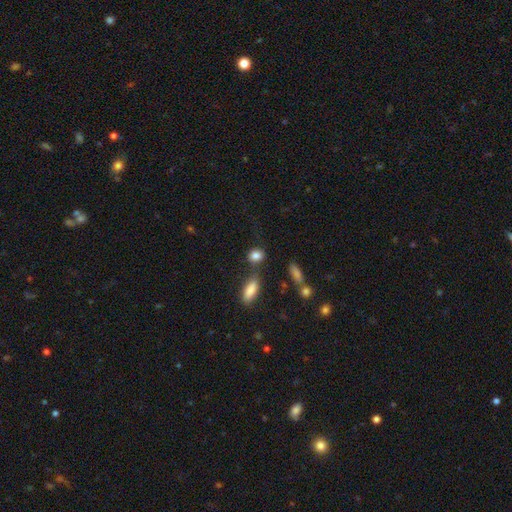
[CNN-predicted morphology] Smooth or featured? Predicted: smooth (p=0.85). How rounded? Predicted: in between (p=0.48, tied with round). Merging? Predicted: none (p=0.65).